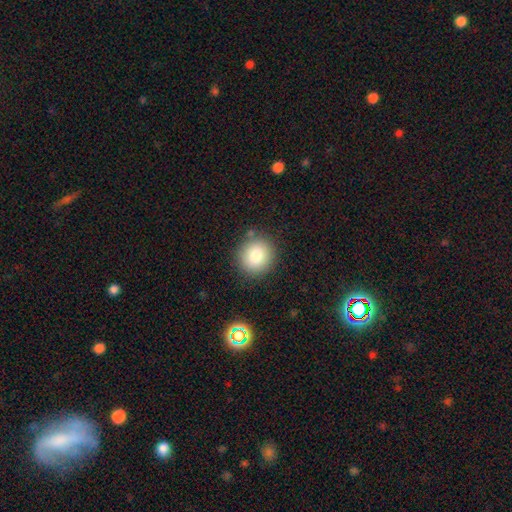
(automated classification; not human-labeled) smooth_or_featured: smooth (p=0.80) [alt: star or artifact p=0.11]
how_rounded: round (p=0.89) [alt: in between p=0.10]
merging: none (p=0.84) [alt: minor disturbance p=0.10]